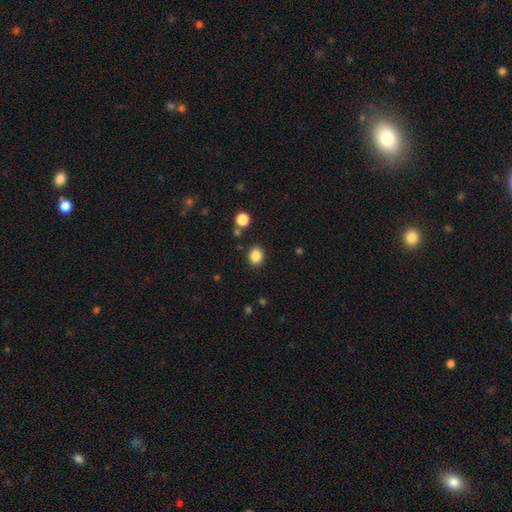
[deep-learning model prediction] A smooth galaxy with no disk features (86%) that is round (50%).

Vote fractions:
- Smooth or featured? smooth: 86% / star or artifact: 10% / featured or disk: 4%
- How rounded? round: 50% / in between: 49% / cigar-shaped: 1%
- Merging? none: 86% / minor disturbance: 9% / major disturbance: 3% / merger: 3%